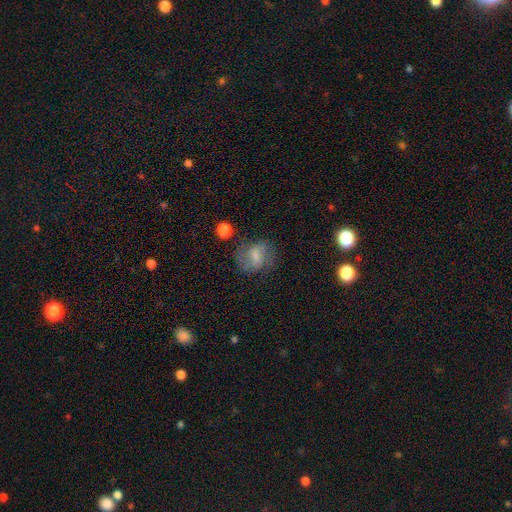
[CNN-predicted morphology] Smooth or featured: smooth — 46% (featured or disk — 44%)
Merging: none — 63% (minor disturbance — 21%)